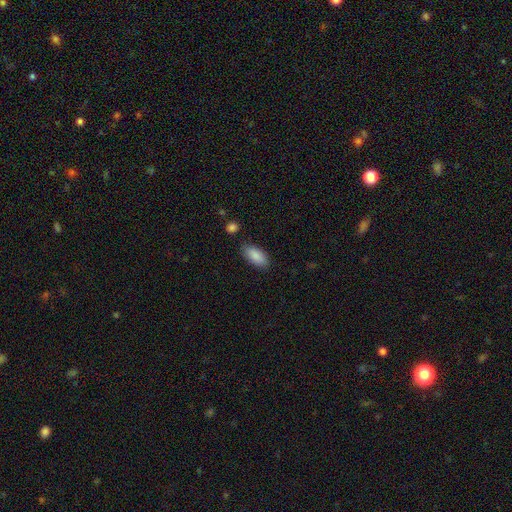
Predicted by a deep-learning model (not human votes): This is clearly a smooth galaxy (88%). How rounded: clearly in between (90%). Merging: clearly none (82%).